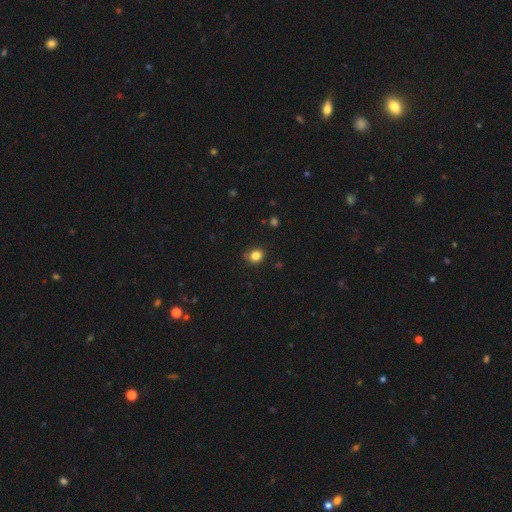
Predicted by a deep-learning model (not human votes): This appears to be a smooth galaxy with no disk features (83%) that is round (75%). Merging: none (83%).